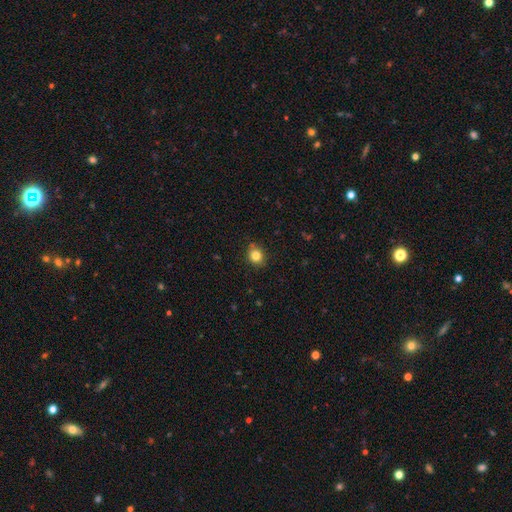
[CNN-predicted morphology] type=smooth (82%); roundness=round (73%); merging=none (83%).